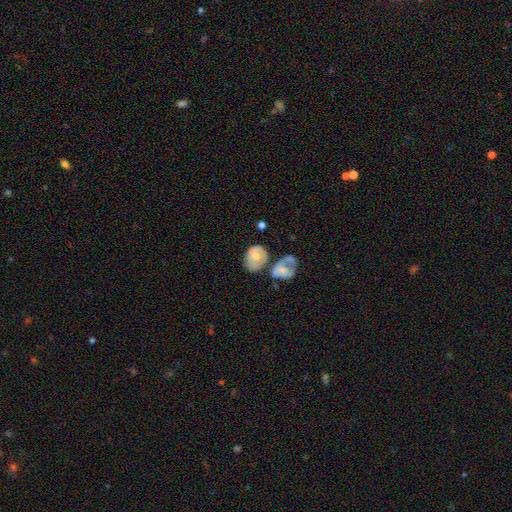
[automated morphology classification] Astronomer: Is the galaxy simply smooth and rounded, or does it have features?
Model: smooth — 49% (runner-up: featured or disk, 44%).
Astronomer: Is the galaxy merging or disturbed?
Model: none — 38% (runner-up: merger, 24%).